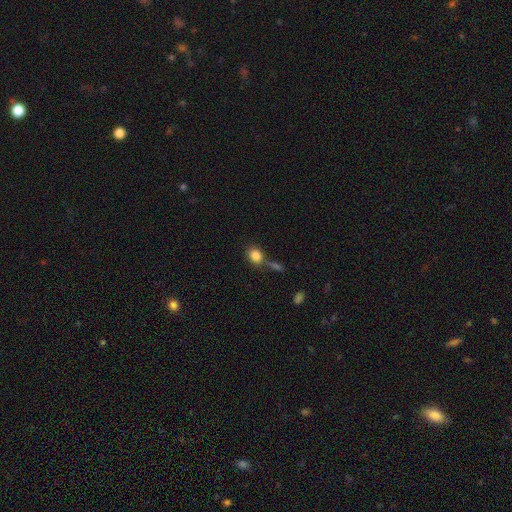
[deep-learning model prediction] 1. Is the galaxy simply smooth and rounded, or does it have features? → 84% smooth, 10% star or artifact, 6% featured or disk.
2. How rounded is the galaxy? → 56% round, 43% in between, 2% cigar-shaped.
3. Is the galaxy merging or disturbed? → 58% none, 21% merger, 15% minor disturbance, 7% major disturbance.